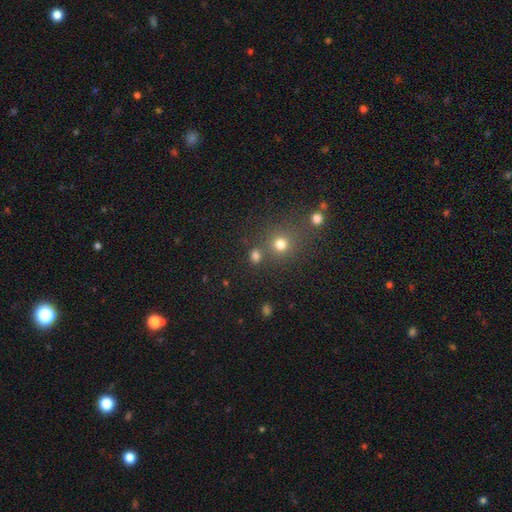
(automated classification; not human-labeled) Smooth or featured? smooth (75%)
How rounded? round (74%)
Merging? none (69%)